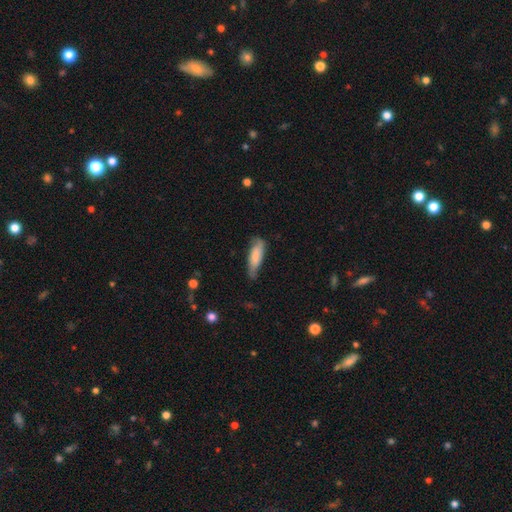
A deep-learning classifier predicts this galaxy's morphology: smooth 71%, featured or disk 23%, star or artifact 6%. Down the decision tree: how rounded — cigar-shaped (51%); merging — none (63%).